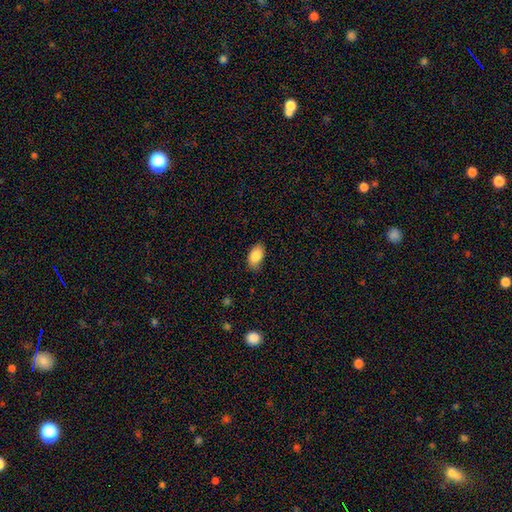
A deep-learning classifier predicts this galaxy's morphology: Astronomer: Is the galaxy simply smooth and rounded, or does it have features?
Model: smooth — 86%.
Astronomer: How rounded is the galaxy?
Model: in between — 93%.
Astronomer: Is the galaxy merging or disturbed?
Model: none — 84%.